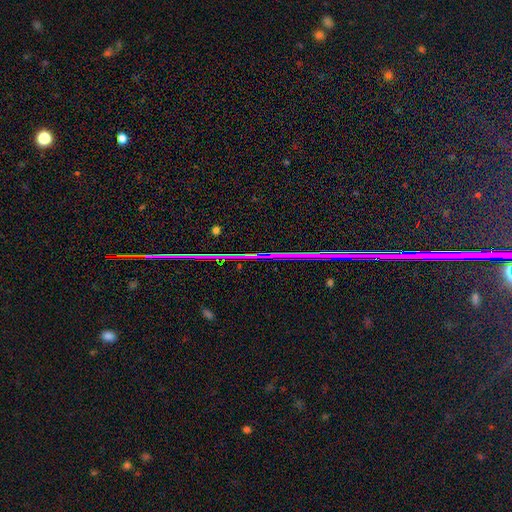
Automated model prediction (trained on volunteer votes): A star or artifact, not a galaxy (83%).

Vote fractions:
- Smooth or featured? star or artifact: 83% / smooth: 9% / featured or disk: 8%